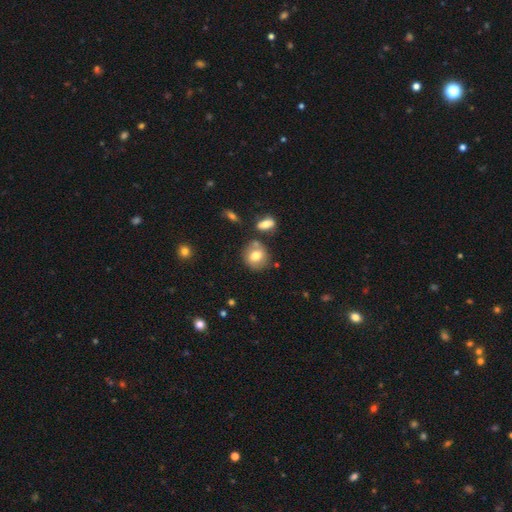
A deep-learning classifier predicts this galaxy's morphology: type=smooth (73%); roundness=round (80%); merging=none (71%).